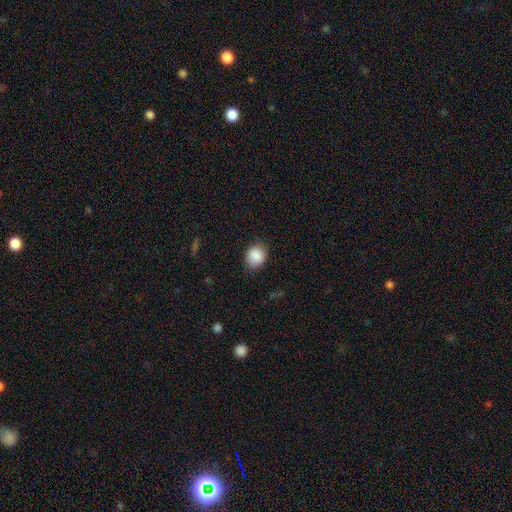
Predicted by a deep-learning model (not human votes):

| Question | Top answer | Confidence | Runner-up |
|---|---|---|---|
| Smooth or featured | smooth | 88% | star or artifact (8%) |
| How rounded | round | 63% | in between (36%) |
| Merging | none | 83% | minor disturbance (13%) |